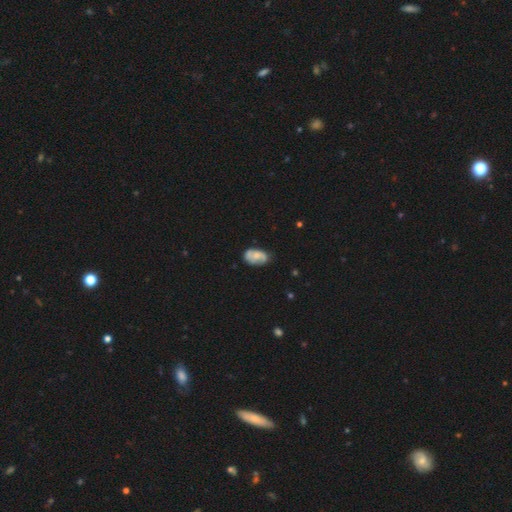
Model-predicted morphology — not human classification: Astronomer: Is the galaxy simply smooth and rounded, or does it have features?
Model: smooth — 49% (runner-up: featured or disk, 43%).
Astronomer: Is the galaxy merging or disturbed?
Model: none — 62%.